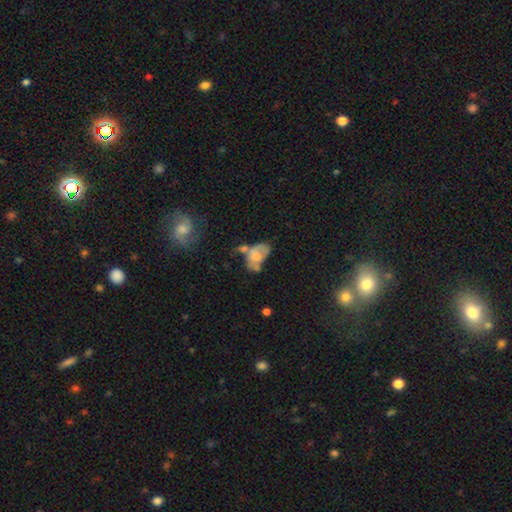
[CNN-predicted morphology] smooth-or-featured: smooth: 51% | featured or disk: 40% | star or artifact: 9%
  how-rounded: in between: 89% | round: 9% | cigar-shaped: 2%
  merging: merger: 30% | minor disturbance: 24% | major disturbance: 23% | none: 23%